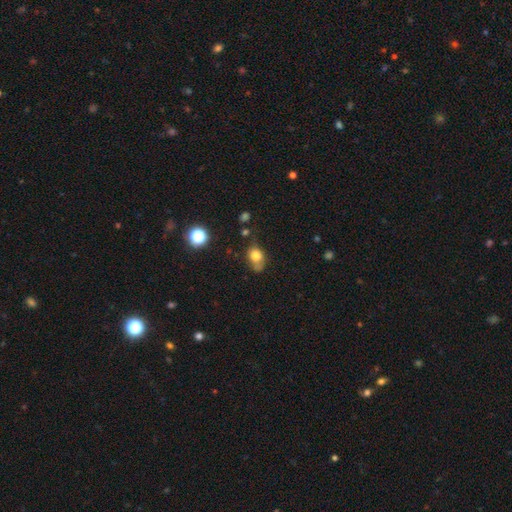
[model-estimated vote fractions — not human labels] The model was most divided on "merging": none: 44%, minor disturbance: 35%, major disturbance: 15%, merger: 6%. More confident: smooth or featured — smooth (73%); how rounded — in between (69%).